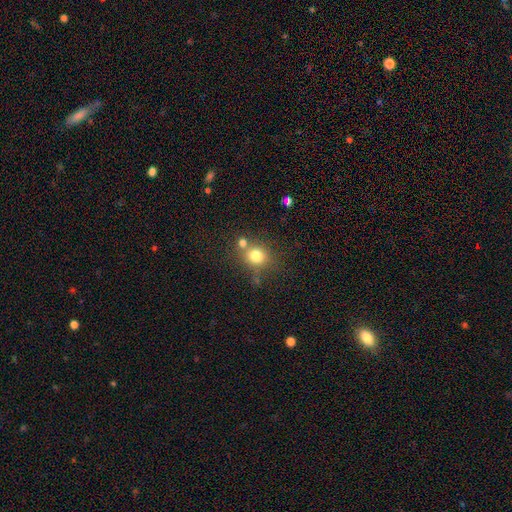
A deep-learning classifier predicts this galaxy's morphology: The model was most divided on "merging": none: 62%, merger: 23%, minor disturbance: 11%, major disturbance: 4%. More confident: how rounded — round (81%); smooth or featured — smooth (77%).